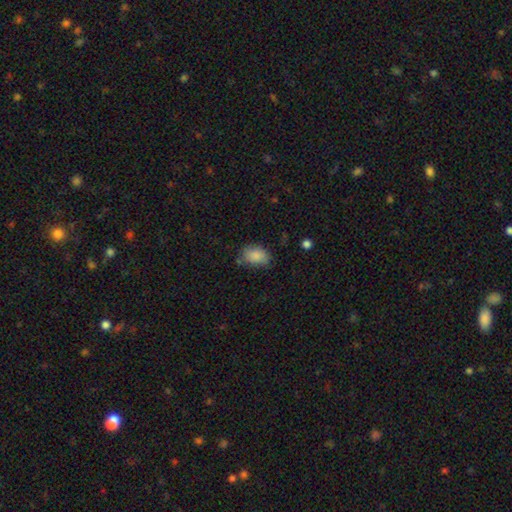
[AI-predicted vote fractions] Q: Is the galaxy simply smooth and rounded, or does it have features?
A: smooth — 86%.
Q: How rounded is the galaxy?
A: in between — 80%.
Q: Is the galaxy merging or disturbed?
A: none — 66%.